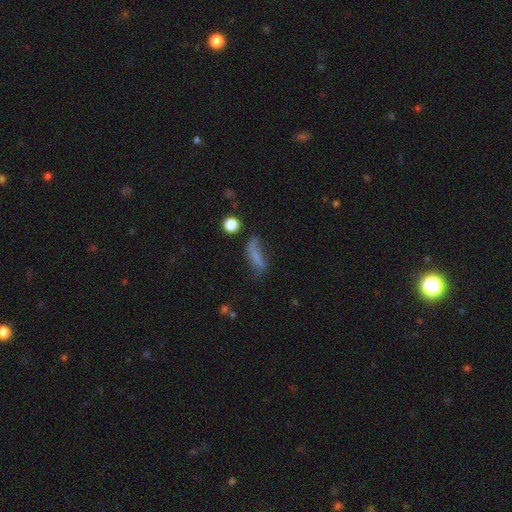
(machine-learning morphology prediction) type=smooth (60%); roundness=cigar-shaped (49%); merging=none (46%).